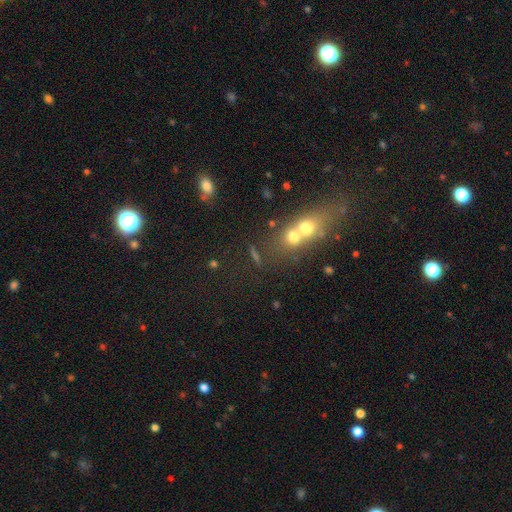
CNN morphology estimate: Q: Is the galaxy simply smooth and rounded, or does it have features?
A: smooth — 51%.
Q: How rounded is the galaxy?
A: round — 50%.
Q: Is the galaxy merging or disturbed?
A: merger — 55%.